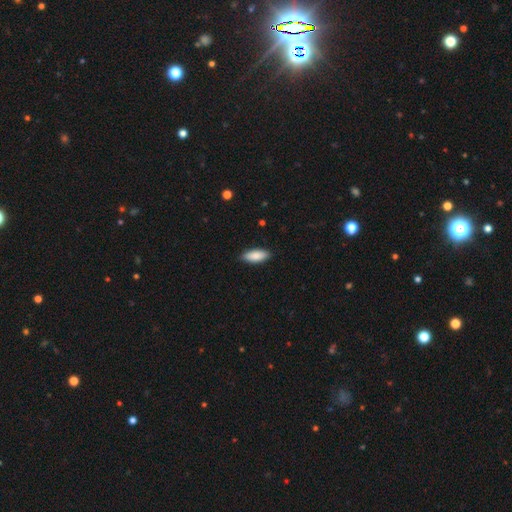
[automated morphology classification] smooth-or-featured: smooth: 88% | featured or disk: 7% | star or artifact: 6%
  how-rounded: in between: 80% | cigar-shaped: 18% | round: 2%
  merging: none: 88% | minor disturbance: 9% | major disturbance: 2% | merger: 1%